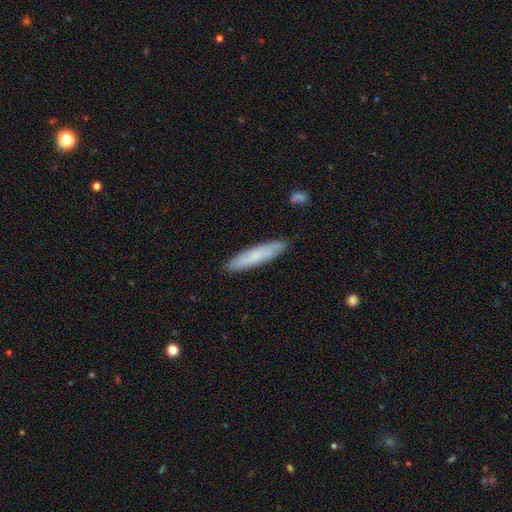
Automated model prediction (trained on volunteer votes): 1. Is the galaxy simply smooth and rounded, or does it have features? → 70% smooth, 23% featured or disk, 6% star or artifact.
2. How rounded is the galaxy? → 84% cigar-shaped, 15% in between, 1% round.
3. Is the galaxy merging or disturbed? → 86% none, 11% minor disturbance, 2% major disturbance, 1% merger.